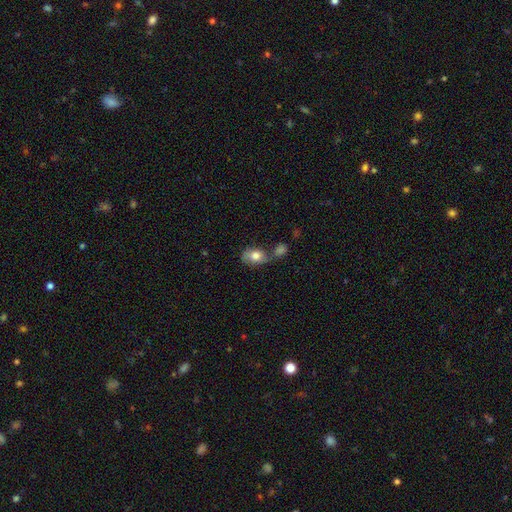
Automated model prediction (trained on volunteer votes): This is likely a smooth galaxy (74%). How rounded: likely in between (73%). Merging: marginally merger (42%).